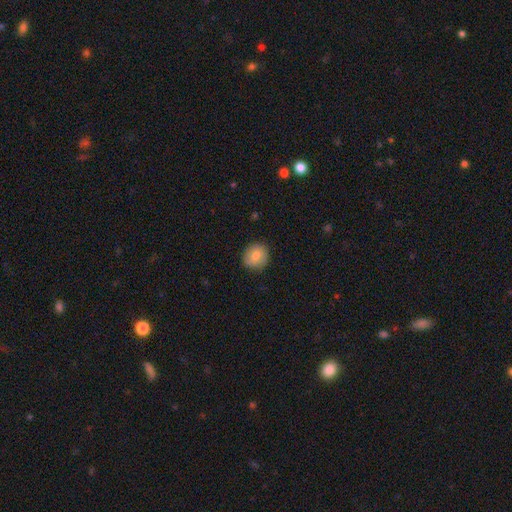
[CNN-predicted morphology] smooth_or_featured: smooth (p=0.80) [alt: featured or disk p=0.12]
how_rounded: round (p=0.84) [alt: in between p=0.15]
merging: none (p=0.86) [alt: minor disturbance p=0.10]